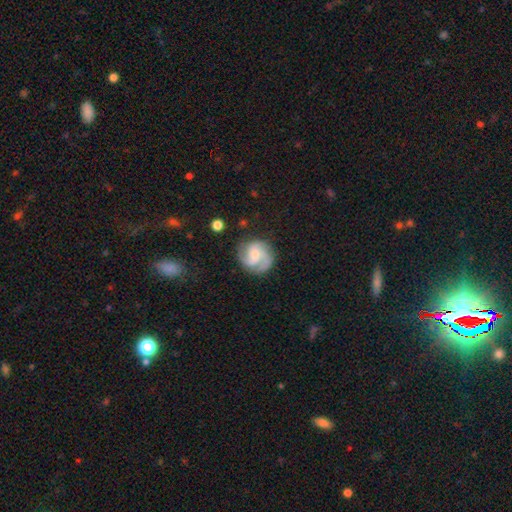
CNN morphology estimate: This appears to be a featured or disk galaxy (80%) with no bar (58%), 3 (51%) medium (51%) spiral arms (96%) and a small central bulge (55%). Merging: none (75%).